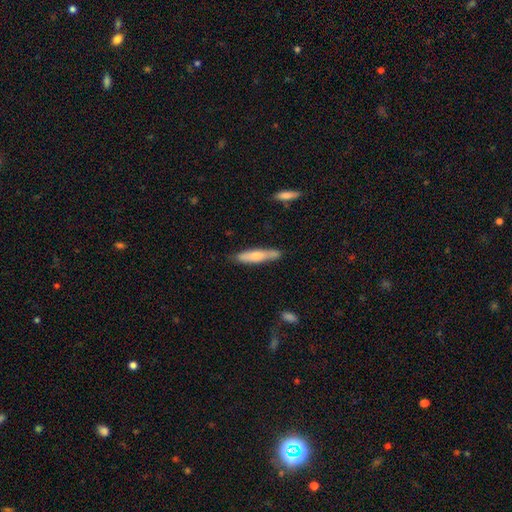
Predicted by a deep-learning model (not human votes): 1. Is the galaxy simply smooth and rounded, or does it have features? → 68% smooth, 26% featured or disk, 6% star or artifact.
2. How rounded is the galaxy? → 83% cigar-shaped, 16% in between, 1% round.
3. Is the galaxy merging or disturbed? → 75% none, 18% minor disturbance, 3% merger, 3% major disturbance.